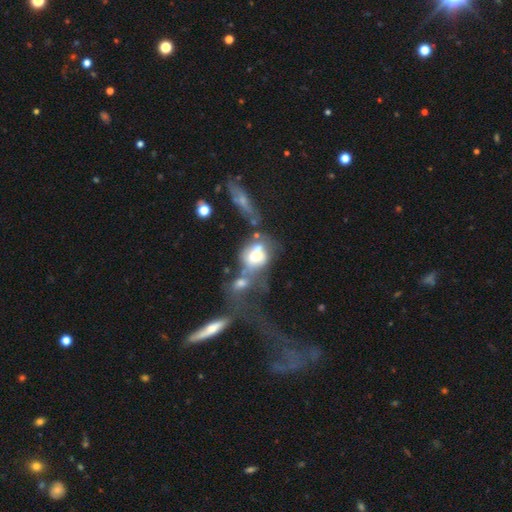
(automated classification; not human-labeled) Morphology: type=smooth (48%); merging=merger (48%).